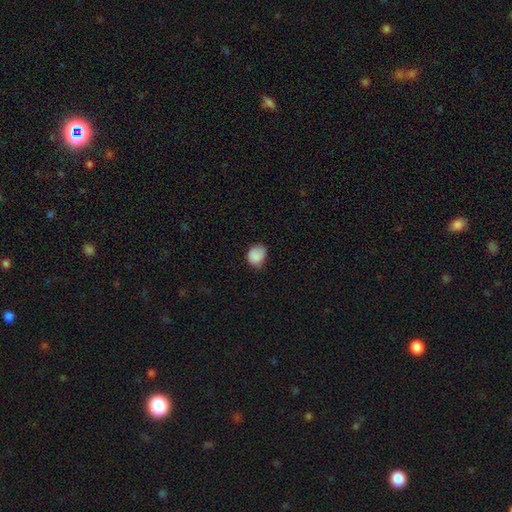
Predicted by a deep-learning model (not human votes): A smooth galaxy with no disk features (85%) that is round (54%). Merging: none (55%).